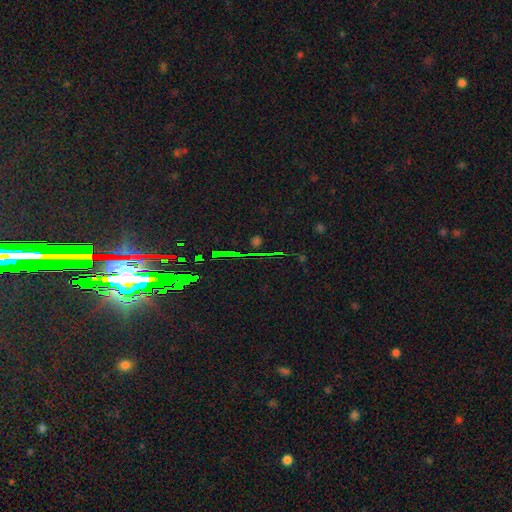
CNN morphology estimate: A star or artifact, not a galaxy (74%).